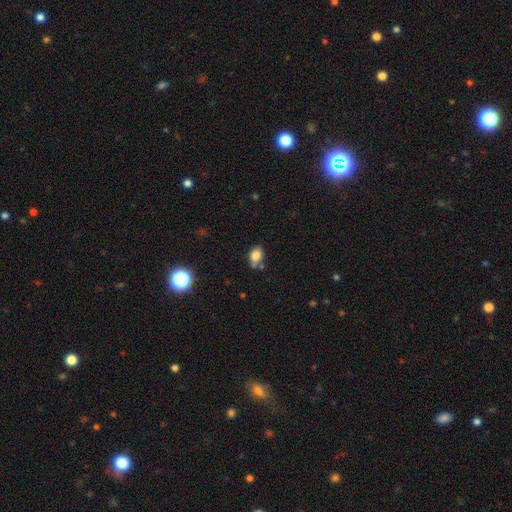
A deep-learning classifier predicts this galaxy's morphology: This appears to be a smooth galaxy with no disk features (82%) that is in between round and cigar-shaped (67%). Merging: none (62%).